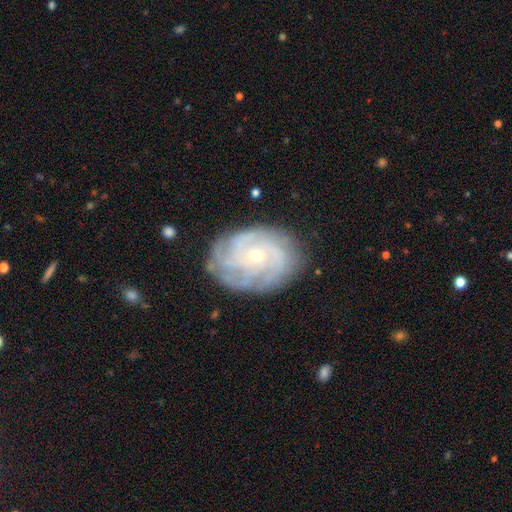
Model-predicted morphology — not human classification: Smooth or featured? Predicted: featured or disk (p=0.82). Edge-on disk? Predicted: no (p=0.97). Bar? Predicted: no (p=0.77). Spiral arms? Predicted: yes (p=0.94). Spiral winding? Predicted: tight (p=0.67). Spiral arm count? Predicted: can't tell (p=0.34). Bulge size? Predicted: small (p=0.64). Merging? Predicted: none (p=0.77).